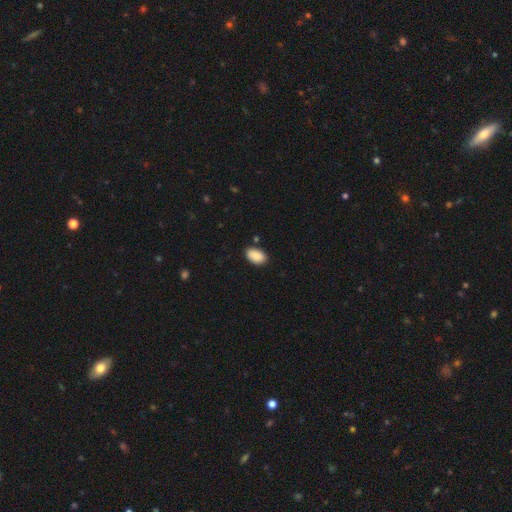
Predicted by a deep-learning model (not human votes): smooth-or-featured: smooth: 90% | star or artifact: 7% | featured or disk: 3%
  how-rounded: in between: 92% | round: 7% | cigar-shaped: 1%
  merging: none: 84% | minor disturbance: 12% | major disturbance: 2% | merger: 2%